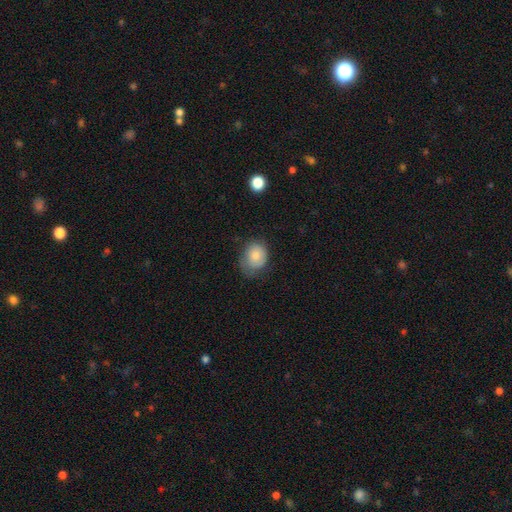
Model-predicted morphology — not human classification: The model was most divided on "how rounded": in between: 50%, round: 49%, cigar-shaped: 1%. More confident: smooth or featured — smooth (78%); merging — none (52%).